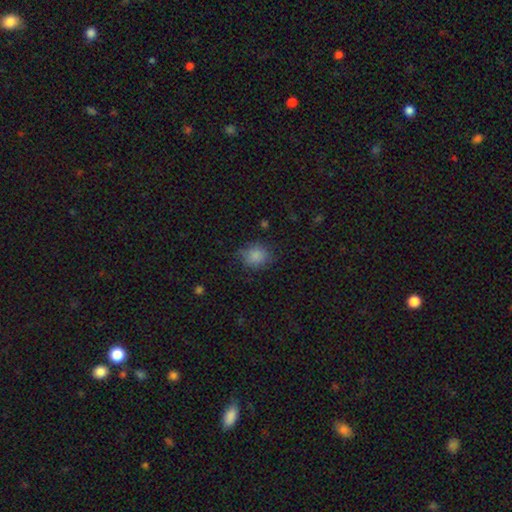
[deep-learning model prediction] This is clearly a smooth galaxy (84%). How rounded: likely round (63%). Merging: likely none (73%).